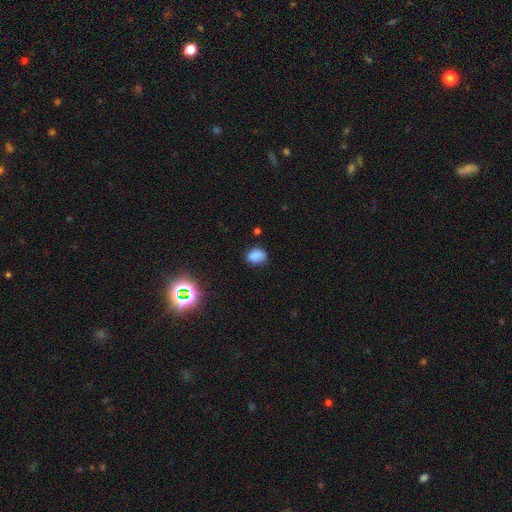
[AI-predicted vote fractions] Morphology: type=smooth (82%); roundness=in between (65%); merging=none (70%).